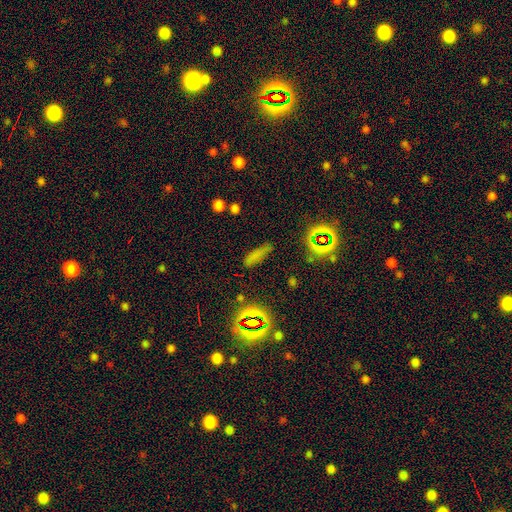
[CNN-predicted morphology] Overall: smooth (61%; star or artifact 27%). How rounded: cigar-shaped (66%; in between 29%). Merging: none (75%).